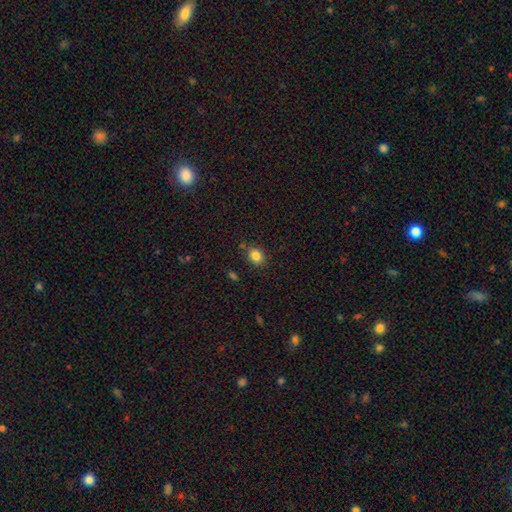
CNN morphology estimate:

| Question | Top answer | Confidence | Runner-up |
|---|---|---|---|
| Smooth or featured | smooth | 84% | star or artifact (11%) |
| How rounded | round | 61% | in between (38%) |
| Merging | none | 80% | minor disturbance (13%) |